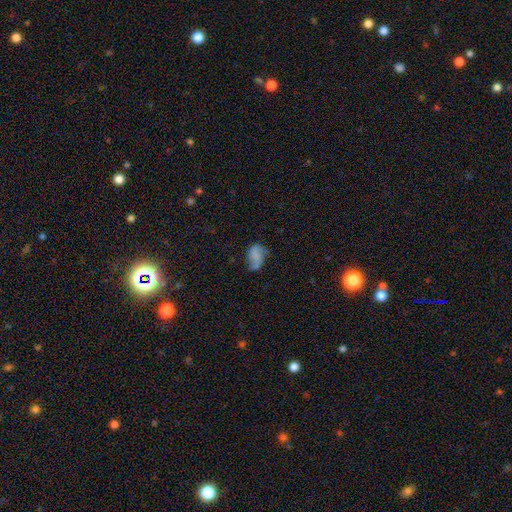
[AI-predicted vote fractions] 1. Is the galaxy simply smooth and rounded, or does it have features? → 53% smooth, 35% featured or disk, 11% star or artifact.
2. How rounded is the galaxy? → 83% in between, 15% round, 2% cigar-shaped.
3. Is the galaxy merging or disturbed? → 43% none, 32% minor disturbance, 21% major disturbance, 4% merger.